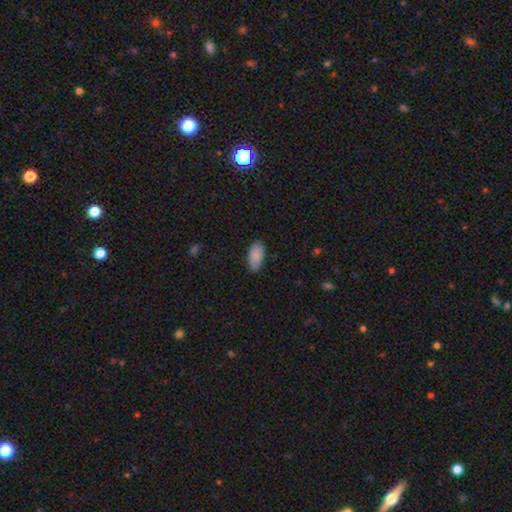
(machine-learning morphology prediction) smooth_or_featured: smooth (p=0.88) [alt: star or artifact p=0.07]
how_rounded: in between (p=0.93) [alt: cigar-shaped p=0.05]
merging: none (p=0.82) [alt: minor disturbance p=0.15]